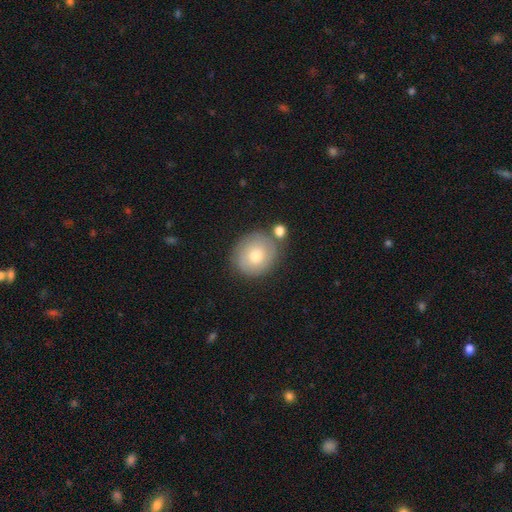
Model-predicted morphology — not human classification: Q: Smooth or featured?
A: smooth (64%); runner-up: featured or disk (28%)
Q: How rounded?
A: round (81%); runner-up: in between (18%)
Q: Merging?
A: none (74%); runner-up: minor disturbance (14%)